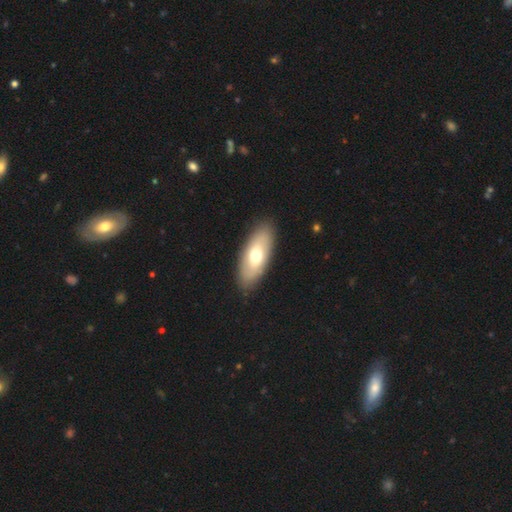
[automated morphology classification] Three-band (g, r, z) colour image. It shows a smooth galaxy with no disk features (62%) that is in between round and cigar-shaped (82%). Merging: none (88%).